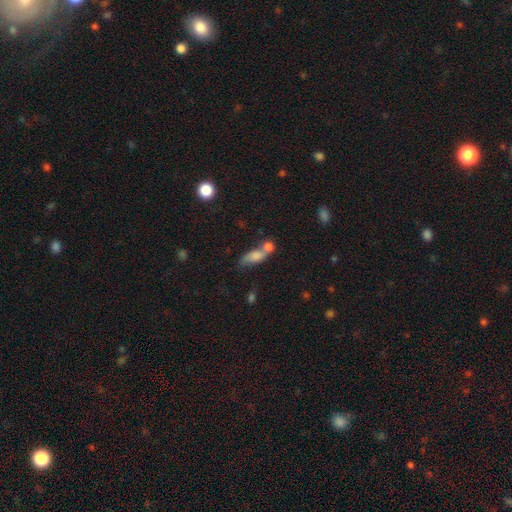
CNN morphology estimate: smooth 70%, featured or disk 20%, star or artifact 11%. Down the decision tree: how rounded — in between (68%); merging — merger (53%).